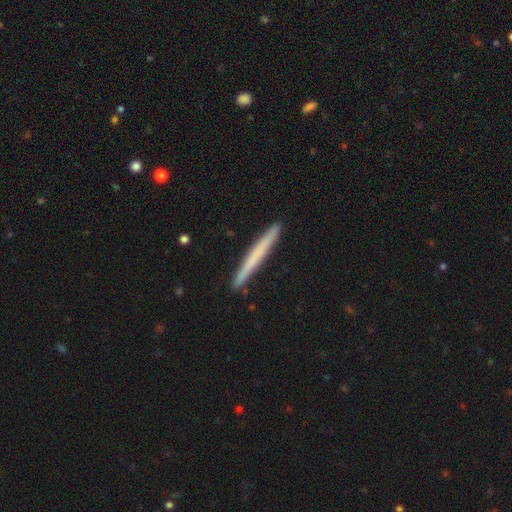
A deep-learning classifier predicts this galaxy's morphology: Smooth or featured?
  - smooth: 60% *
  - featured or disk: 34%
  - star or artifact: 6%
How rounded?
  - cigar-shaped: 97% *
  - in between: 2%
  - round: 1%
Merging?
  - none: 92% *
  - minor disturbance: 6%
  - major disturbance: 1%
  - merger: 1%